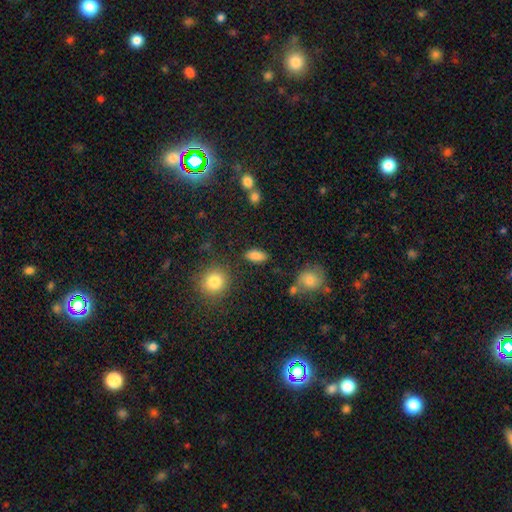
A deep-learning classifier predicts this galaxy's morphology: smooth_or_featured: smooth (p=0.84) [alt: star or artifact p=0.09]
how_rounded: in between (p=0.86) [alt: cigar-shaped p=0.08]
merging: none (p=0.85) [alt: minor disturbance p=0.09]